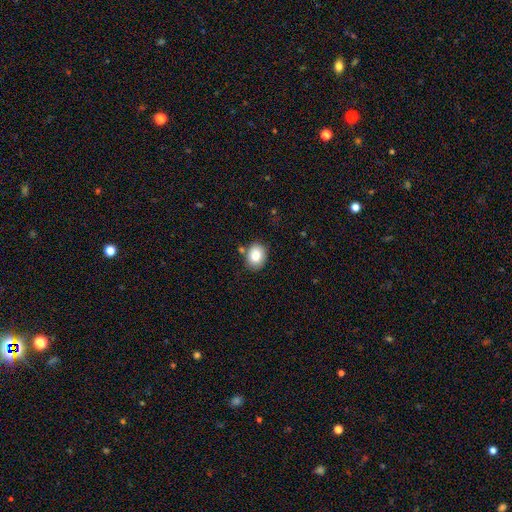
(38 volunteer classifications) Volunteers were most divided on "how rounded": in between: 59%, round: 41%, cigar-shaped: 0%. More confident: merging — none (86%); smooth or featured — smooth (76%).